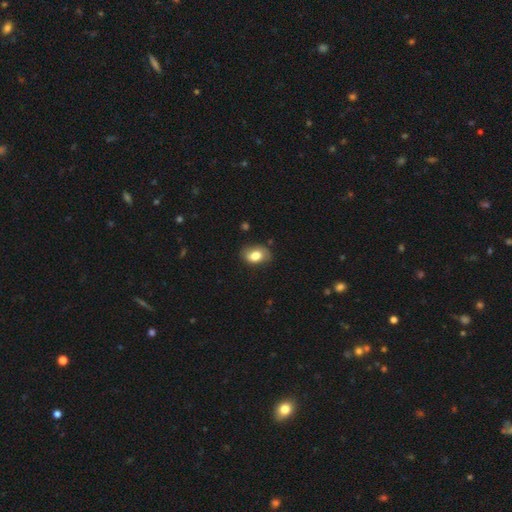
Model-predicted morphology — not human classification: This appears to be a smooth galaxy with no disk features (78%) that is in between round and cigar-shaped (80%). Merging: none (75%).